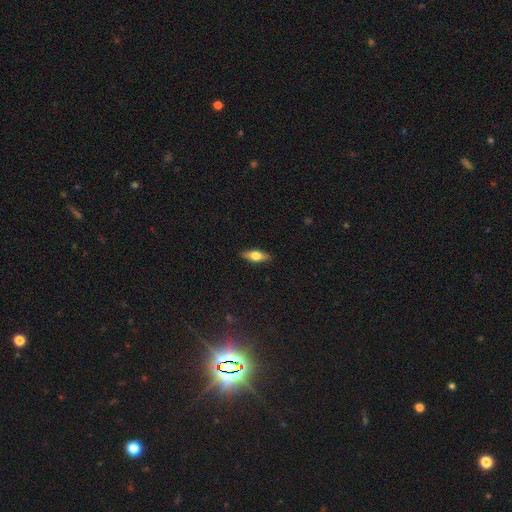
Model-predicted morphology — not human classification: Smooth or featured: smooth — 58% (featured or disk — 35%)
How rounded: in between — 64% (cigar-shaped — 33%)
Merging: none — 88% (minor disturbance — 9%)